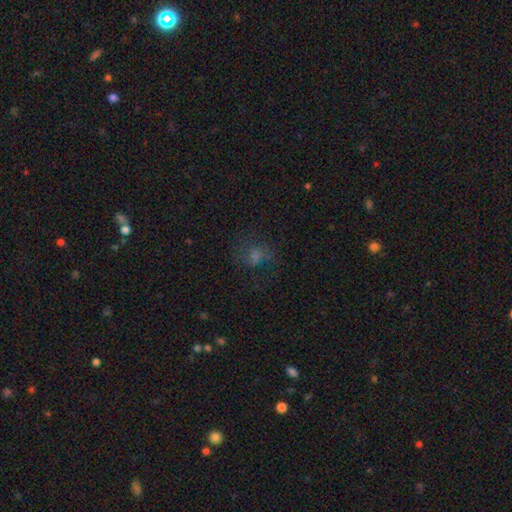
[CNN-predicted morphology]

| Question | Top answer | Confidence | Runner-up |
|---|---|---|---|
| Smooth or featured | smooth | 44% | star or artifact (29%) |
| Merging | none | 58% | major disturbance (20%) |